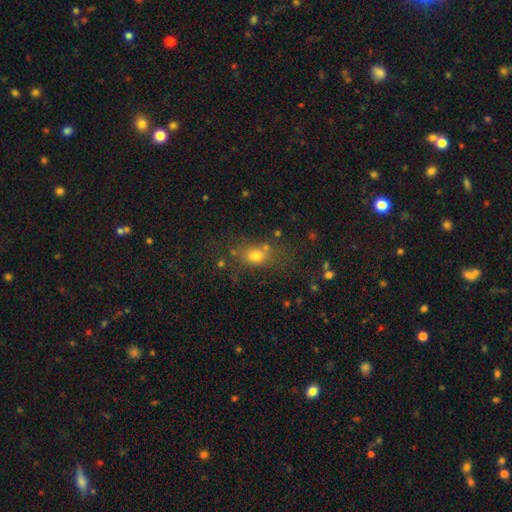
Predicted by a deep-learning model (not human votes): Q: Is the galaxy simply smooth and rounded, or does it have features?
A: smooth — 73%.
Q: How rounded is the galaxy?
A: in between — 54%.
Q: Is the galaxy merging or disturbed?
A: none — 63%.